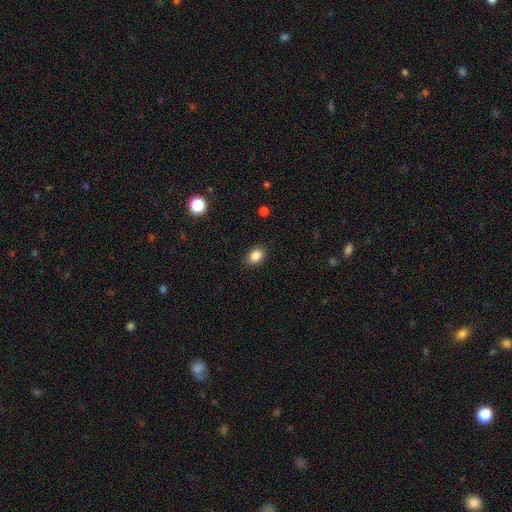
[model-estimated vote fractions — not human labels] Smooth or featured: smooth — 86% (star or artifact — 9%)
How rounded: in between — 76% (round — 23%)
Merging: none — 87% (minor disturbance — 9%)